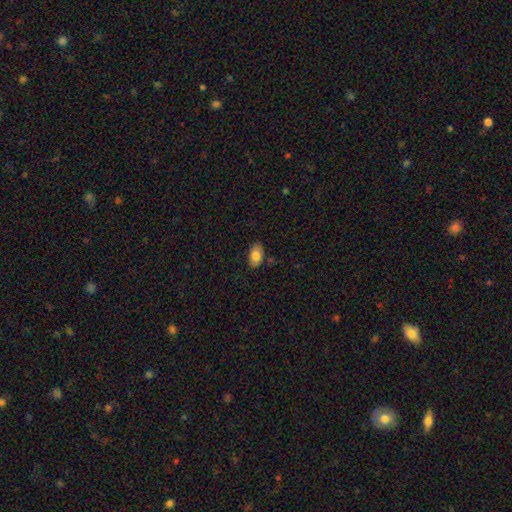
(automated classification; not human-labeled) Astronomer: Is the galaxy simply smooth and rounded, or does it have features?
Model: smooth — 82%.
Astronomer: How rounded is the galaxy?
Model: in between — 93%.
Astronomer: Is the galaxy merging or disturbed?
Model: none — 83%.